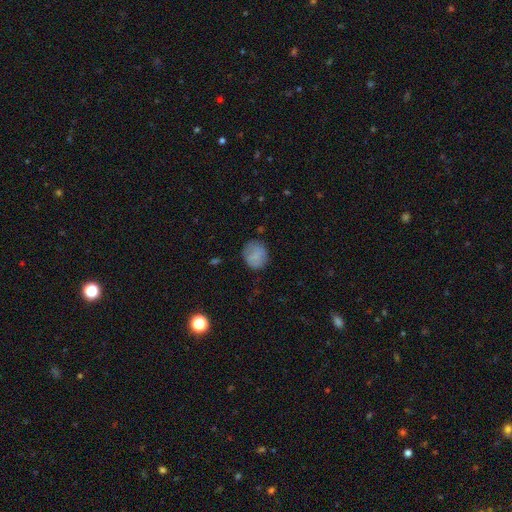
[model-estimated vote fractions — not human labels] A smooth galaxy with no disk features (78%) that is round (69%). Merging: none (71%).